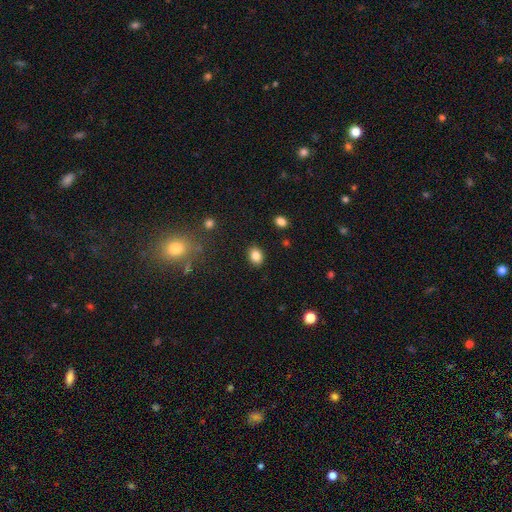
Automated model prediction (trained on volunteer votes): A smooth galaxy with no disk features (85%) that is in between round and cigar-shaped (63%).

Vote fractions:
- Smooth or featured? smooth: 85% / star or artifact: 10% / featured or disk: 5%
- How rounded? in between: 63% / round: 36% / cigar-shaped: 1%
- Merging? none: 88% / minor disturbance: 8% / major disturbance: 3% / merger: 1%